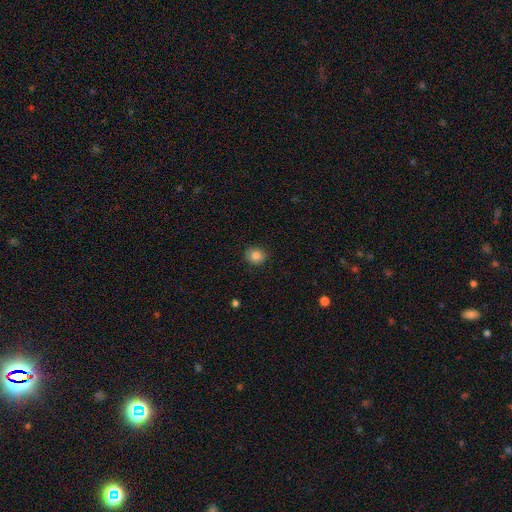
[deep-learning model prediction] A smooth galaxy with no disk features (85%) that is round (82%). Merging: none (86%).